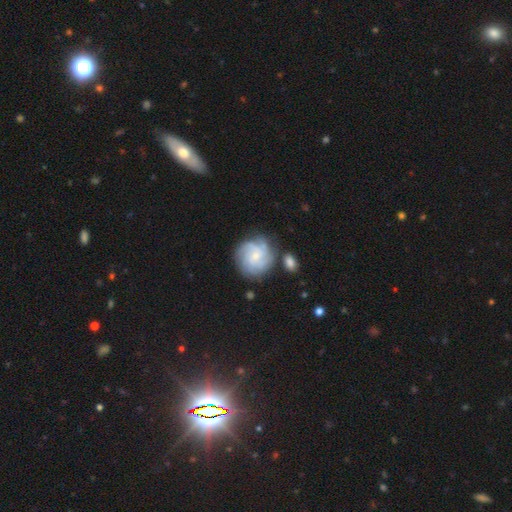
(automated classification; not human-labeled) smooth_or_featured: featured or disk (p=0.73) [alt: smooth p=0.20]
disk_edge_on: no (p=0.97) [alt: yes p=0.03]
bar: no (p=0.73) [alt: weak p=0.24]
has_spiral_arms: yes (p=0.94) [alt: no p=0.06]
spiral_winding: tight (p=0.61) [alt: medium p=0.29]
spiral_arm_count: 4 (p=0.31) [alt: can't tell p=0.27]
bulge_size: small (p=0.76) [alt: moderate p=0.20]
merging: none (p=0.71) [alt: minor disturbance p=0.16]